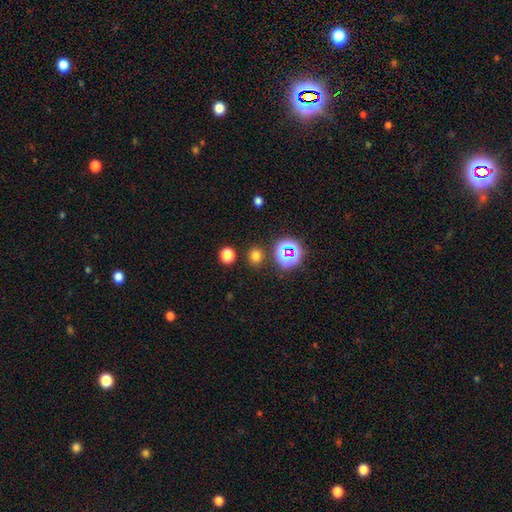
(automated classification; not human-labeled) Smooth or featured? smooth (70%)
How rounded? round (77%)
Merging? none (85%)